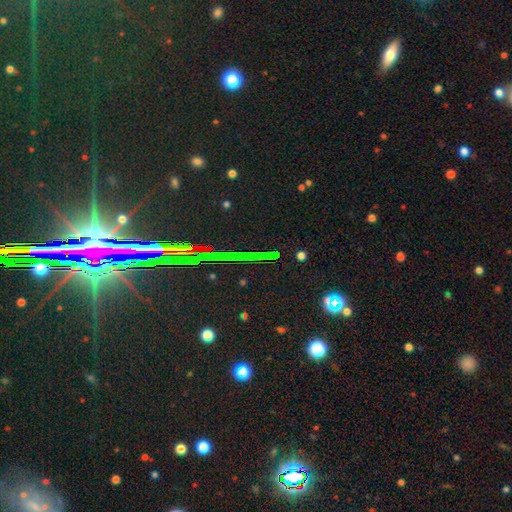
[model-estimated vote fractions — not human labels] Smooth or featured? Predicted: star or artifact (p=0.82).